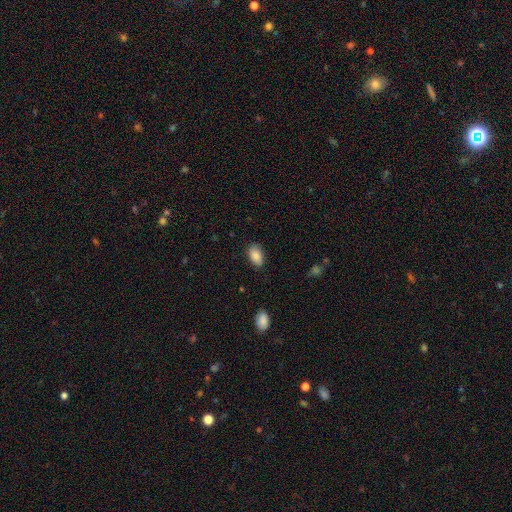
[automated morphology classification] Smooth or featured?
  - smooth: 88% *
  - star or artifact: 7%
  - featured or disk: 5%
How rounded?
  - in between: 92% *
  - round: 6%
  - cigar-shaped: 2%
Merging?
  - none: 83% *
  - minor disturbance: 13%
  - major disturbance: 3%
  - merger: 1%